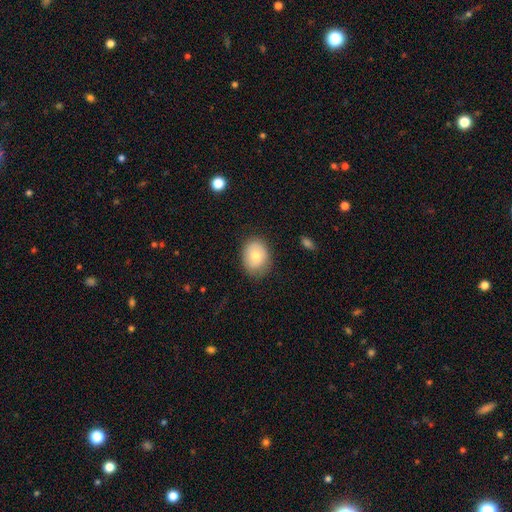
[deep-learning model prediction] A smooth galaxy with no disk features (74%) that is in between round and cigar-shaped (58%). Merging: none (79%).